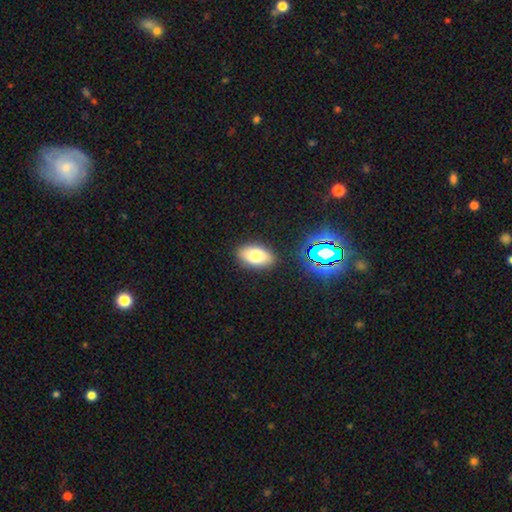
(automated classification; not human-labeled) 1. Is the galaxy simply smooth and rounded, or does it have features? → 76% smooth, 12% featured or disk, 11% star or artifact.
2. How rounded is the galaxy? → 92% in between, 5% round, 3% cigar-shaped.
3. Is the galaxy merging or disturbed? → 87% none, 9% minor disturbance, 2% major disturbance, 2% merger.